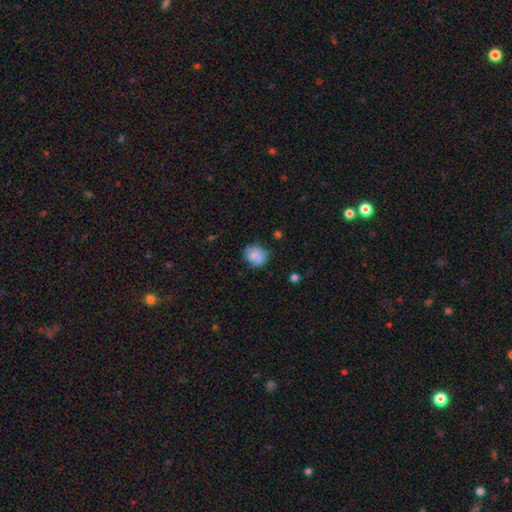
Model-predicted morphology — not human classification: This appears to be a smooth galaxy with no disk features (79%) that is round (71%). Merging: none (68%).